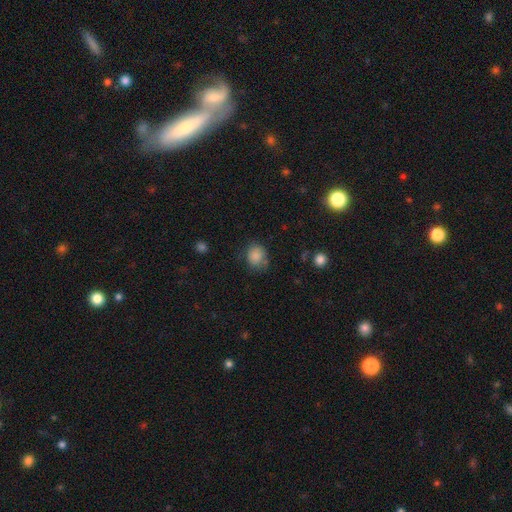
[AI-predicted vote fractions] This is clearly a smooth galaxy (85%). How rounded: likely round (64%). Merging: likely none (67%).